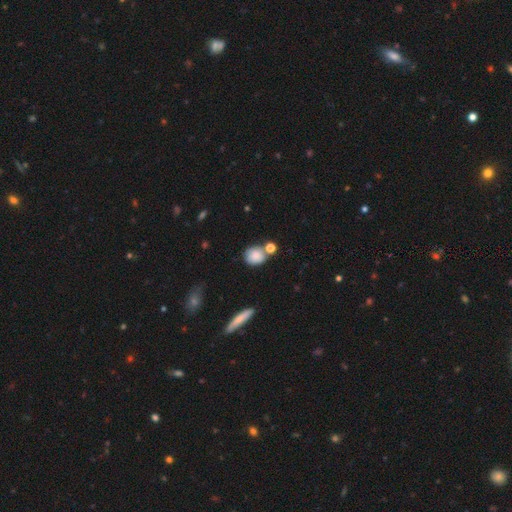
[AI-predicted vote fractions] Overall: smooth (80%). How rounded: round (69%; in between 29%). Merging: none (54%; merger 25%).